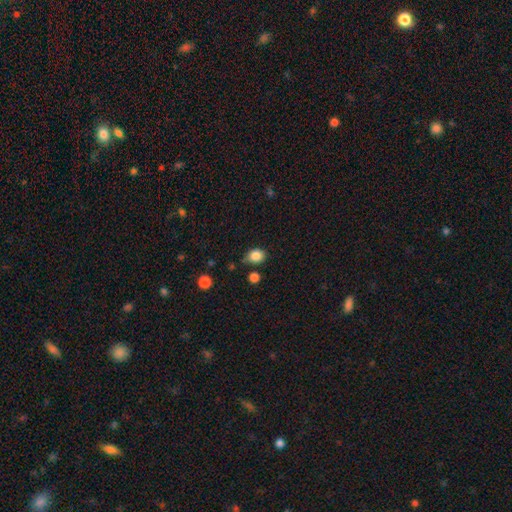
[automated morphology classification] The model was most divided on "how rounded": round: 51%, in between: 48%, cigar-shaped: 1%. More confident: smooth or featured — smooth (85%); merging — none (60%).